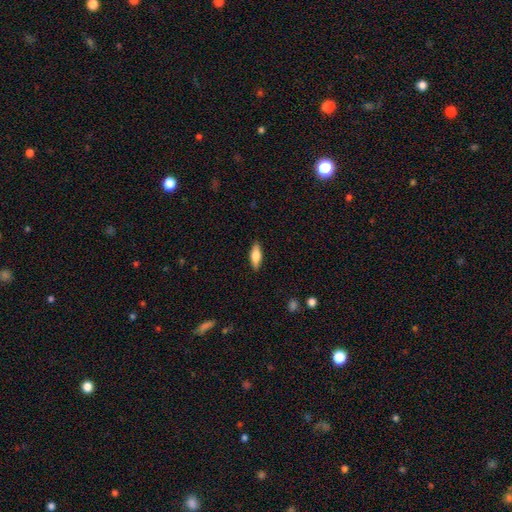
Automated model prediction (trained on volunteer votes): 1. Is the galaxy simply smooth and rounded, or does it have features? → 67% smooth, 27% featured or disk, 6% star or artifact.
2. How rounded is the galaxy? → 62% in between, 35% cigar-shaped, 3% round.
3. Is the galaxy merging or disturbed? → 88% none, 9% minor disturbance, 2% major disturbance, 1% merger.